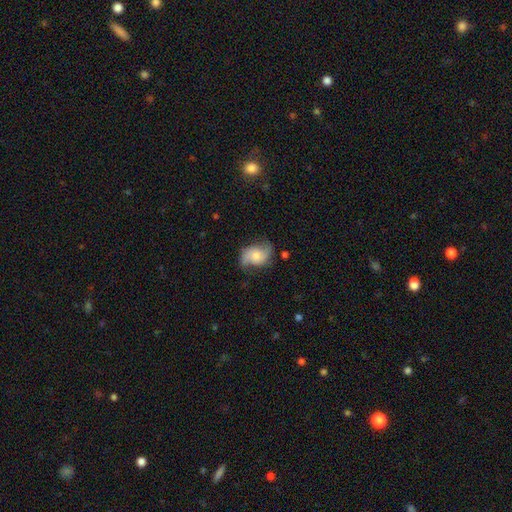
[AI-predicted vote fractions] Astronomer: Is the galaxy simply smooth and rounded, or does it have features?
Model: featured or disk — 67%.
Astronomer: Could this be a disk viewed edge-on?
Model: no — 97%.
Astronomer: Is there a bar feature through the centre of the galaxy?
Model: no — 66%.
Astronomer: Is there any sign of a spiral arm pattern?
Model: yes — 93%.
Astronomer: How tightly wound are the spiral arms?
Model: loose — 56% (runner-up: medium, 34%).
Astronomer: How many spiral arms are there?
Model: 2 — 89%.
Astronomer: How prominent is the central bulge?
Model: moderate — 41% (runner-up: small, 29%).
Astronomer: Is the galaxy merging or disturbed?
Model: none — 68%.